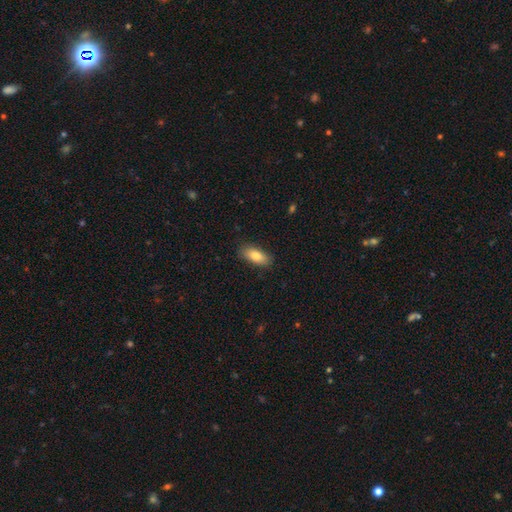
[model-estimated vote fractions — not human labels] Overall: smooth (83%). How rounded: in between (82%). Merging: none (85%).